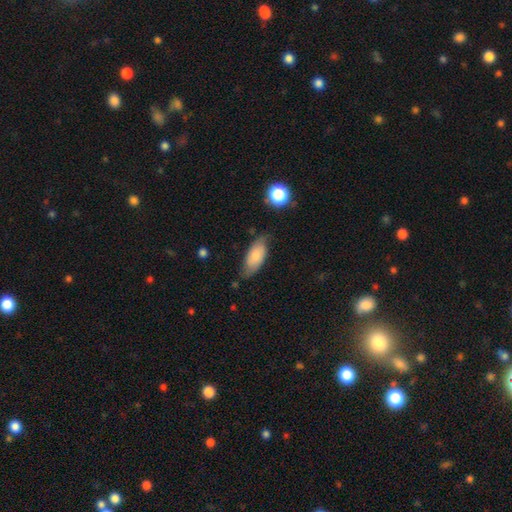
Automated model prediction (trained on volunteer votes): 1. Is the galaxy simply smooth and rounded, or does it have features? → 69% smooth, 24% featured or disk, 7% star or artifact.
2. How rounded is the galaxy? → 87% in between, 10% cigar-shaped, 3% round.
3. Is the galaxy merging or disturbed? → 63% none, 28% minor disturbance, 6% major disturbance, 3% merger.